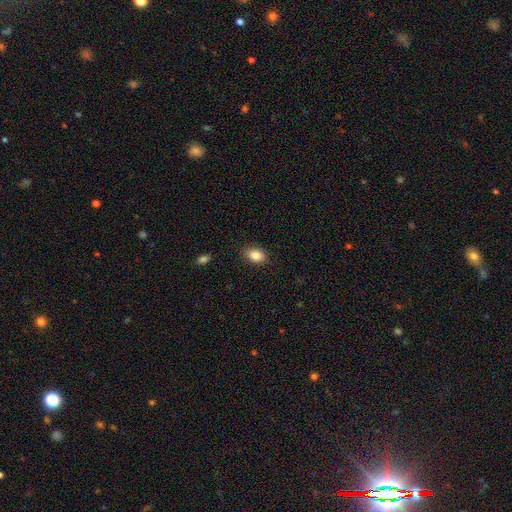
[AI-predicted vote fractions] The model was most divided on "how rounded": in between: 83%, round: 15%, cigar-shaped: 1%. More confident: merging — none (87%); smooth or featured — smooth (86%).